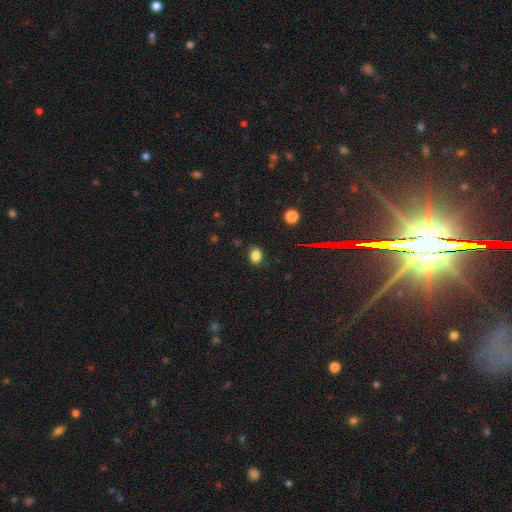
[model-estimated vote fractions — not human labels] Overall: smooth (80%). How rounded: in between (60%; round 39%). Merging: none (83%).